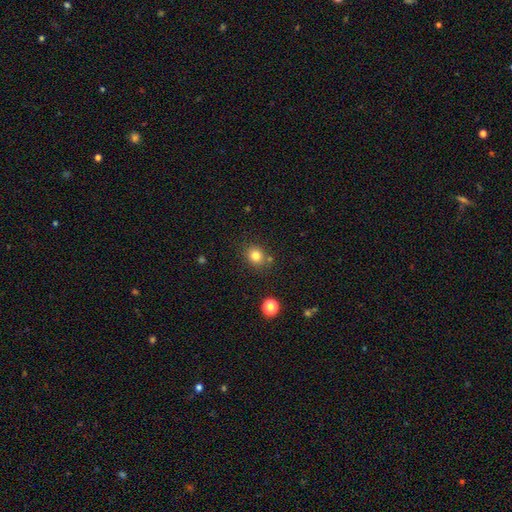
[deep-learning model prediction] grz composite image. It shows a smooth galaxy with no disk features (81%) that is round (76%). Merging: none (80%).